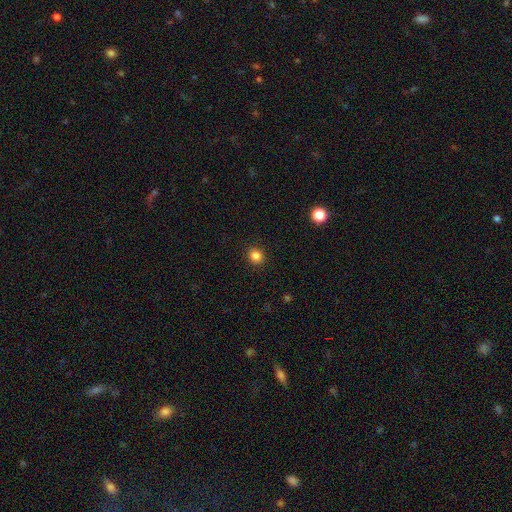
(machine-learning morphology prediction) This appears to be a smooth galaxy with no disk features (84%) that is round (87%). Merging: none (92%).